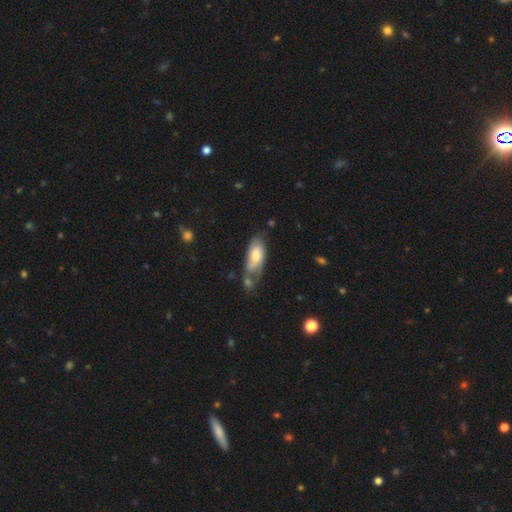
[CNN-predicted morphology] smooth-or-featured: smooth: 57% | featured or disk: 37% | star or artifact: 6%
  how-rounded: in between: 82% | cigar-shaped: 15% | round: 2%
  merging: none: 39% | minor disturbance: 28% | merger: 20% | major disturbance: 13%